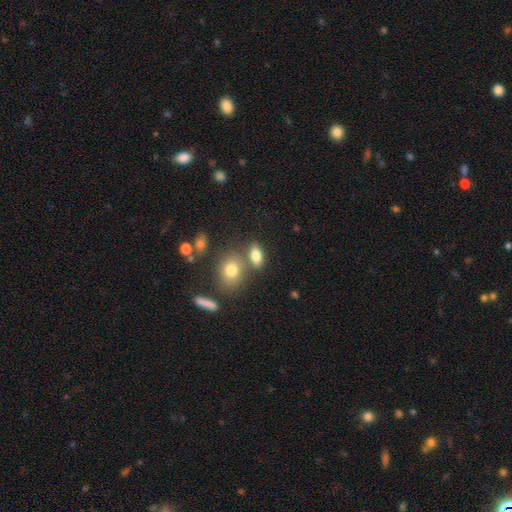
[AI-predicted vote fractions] Smooth or featured: smooth — 79% (featured or disk — 10%)
How rounded: in between — 83% (round — 12%)
Merging: none — 61% (merger — 22%)